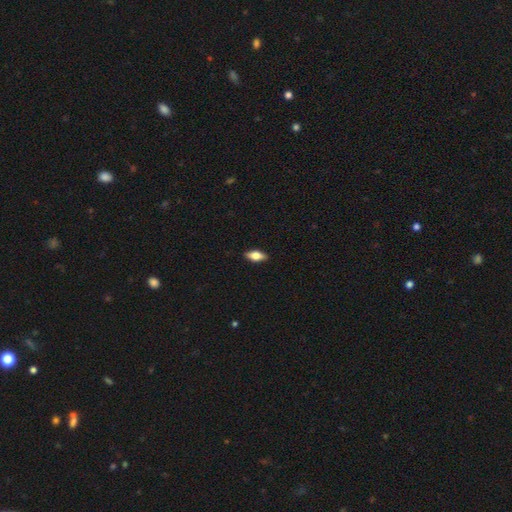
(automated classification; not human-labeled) Morphology: type=smooth (63%); roundness=in between (79%); merging=none (89%).